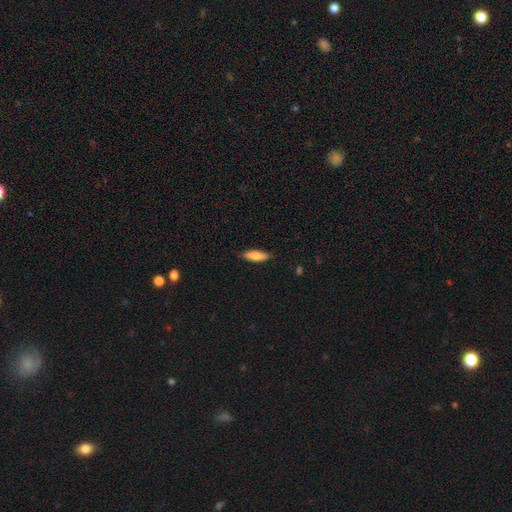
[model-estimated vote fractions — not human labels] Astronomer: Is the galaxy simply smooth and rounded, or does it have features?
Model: smooth — 78%.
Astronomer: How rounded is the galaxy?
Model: in between — 52% (runner-up: cigar-shaped, 47%).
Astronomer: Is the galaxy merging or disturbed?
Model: none — 83%.